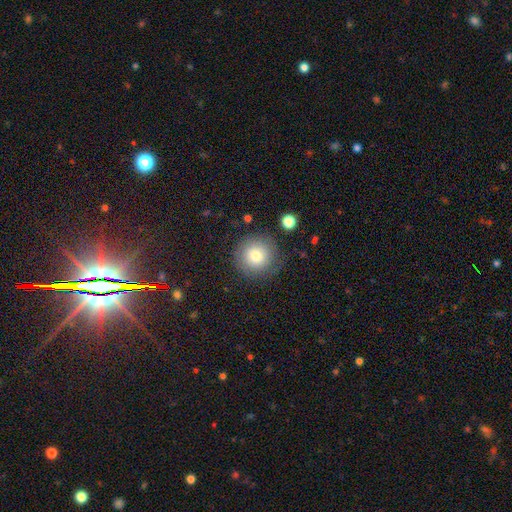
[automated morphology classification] smooth 77%, featured or disk 13%, star or artifact 10%. Down the decision tree: how rounded — round (95%); merging — none (81%).